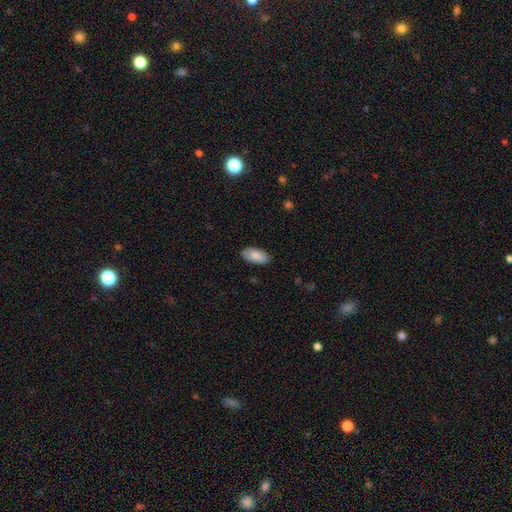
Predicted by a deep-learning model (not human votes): Smooth or featured? Predicted: smooth (p=0.88). How rounded? Predicted: in between (p=0.91). Merging? Predicted: none (p=0.86).